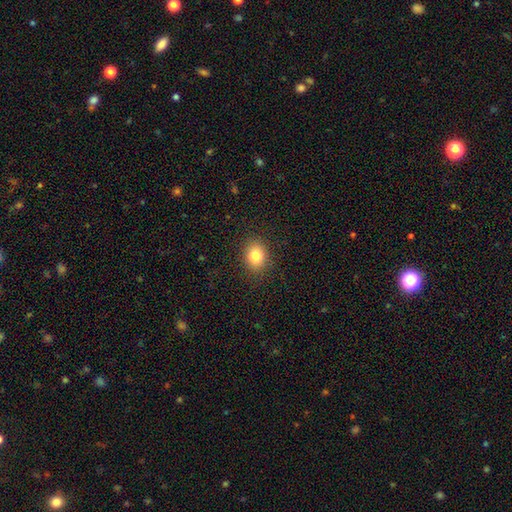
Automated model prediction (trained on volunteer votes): Smooth or featured? smooth (82%)
How rounded? round (51%)
Merging? none (88%)